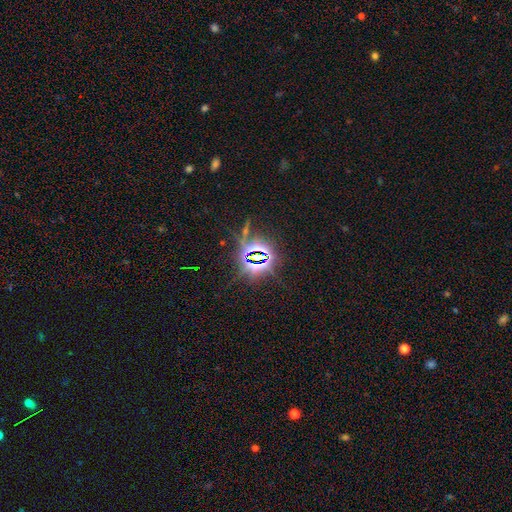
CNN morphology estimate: A star or artifact, not a galaxy (83%).